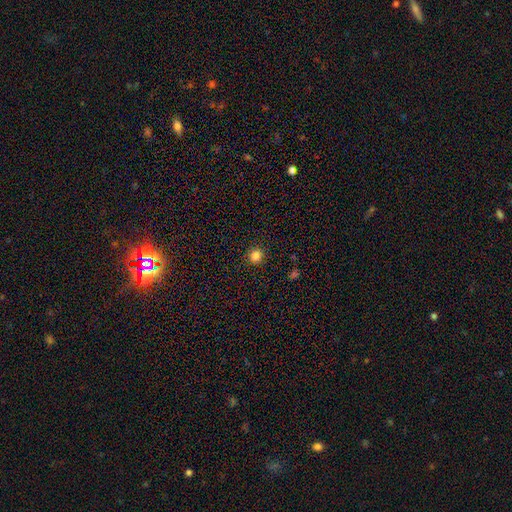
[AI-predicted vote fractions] smooth_or_featured: smooth (p=0.83) [alt: star or artifact p=0.13]
how_rounded: round (p=0.93) [alt: in between p=0.06]
merging: none (p=0.91) [alt: minor disturbance p=0.06]